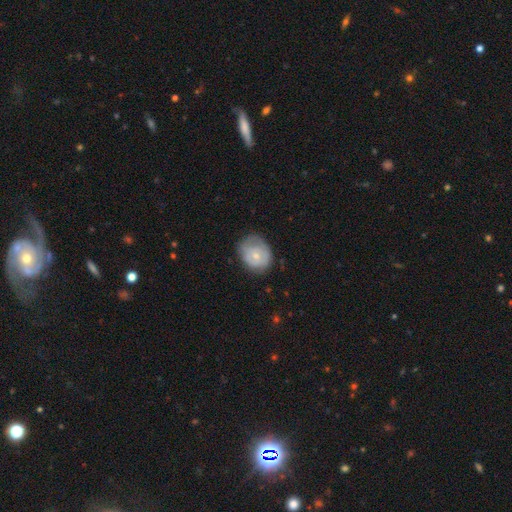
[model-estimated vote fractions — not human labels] The model was most divided on "smooth or featured": smooth: 53%, featured or disk: 41%, star or artifact: 7%. More confident: how rounded — round (62%); merging — none (58%).